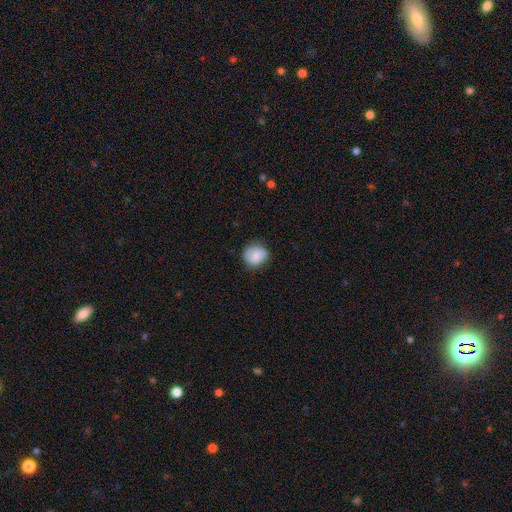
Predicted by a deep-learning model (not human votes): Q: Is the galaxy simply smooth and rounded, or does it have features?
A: smooth — 76%.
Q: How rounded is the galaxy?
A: round — 80%.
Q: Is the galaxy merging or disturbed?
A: none — 74%.